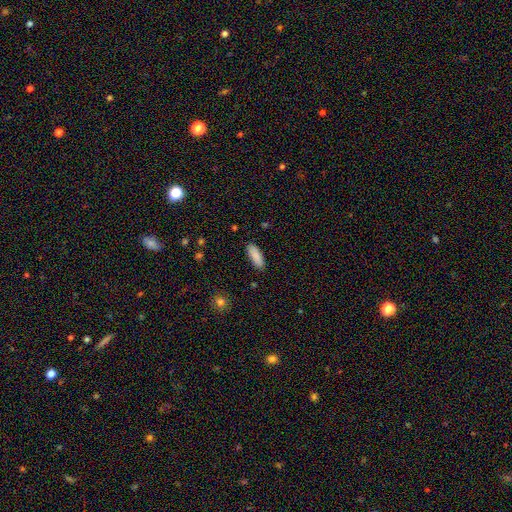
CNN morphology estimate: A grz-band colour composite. It shows a smooth galaxy with no disk features (89%) that is in between round and cigar-shaped (60%). Merging: none (88%).